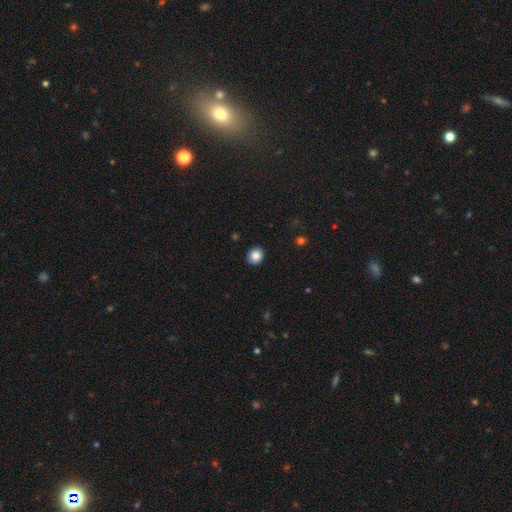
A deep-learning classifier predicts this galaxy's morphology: smooth-or-featured: smooth: 85% | star or artifact: 10% | featured or disk: 5%
  how-rounded: round: 82% | in between: 17% | cigar-shaped: 1%
  merging: none: 92% | minor disturbance: 5% | major disturbance: 2% | merger: 1%